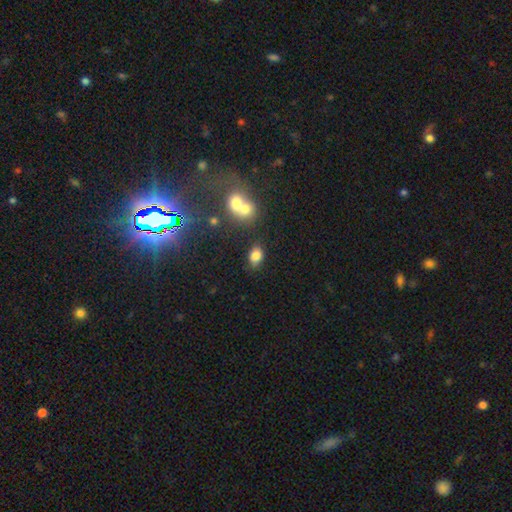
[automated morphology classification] smooth_or_featured: smooth (p=0.81) [alt: star or artifact p=0.11]
how_rounded: in between (p=0.79) [alt: round p=0.19]
merging: none (p=0.71) [alt: minor disturbance p=0.15]